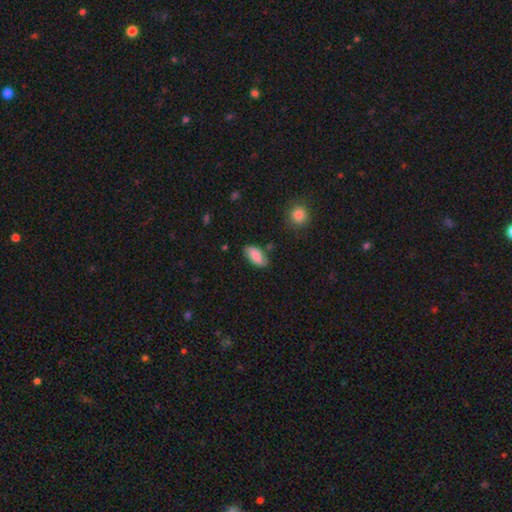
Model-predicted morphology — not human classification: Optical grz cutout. It shows a smooth galaxy with no disk features (81%) that is in between round and cigar-shaped (90%). Merging: none (79%).